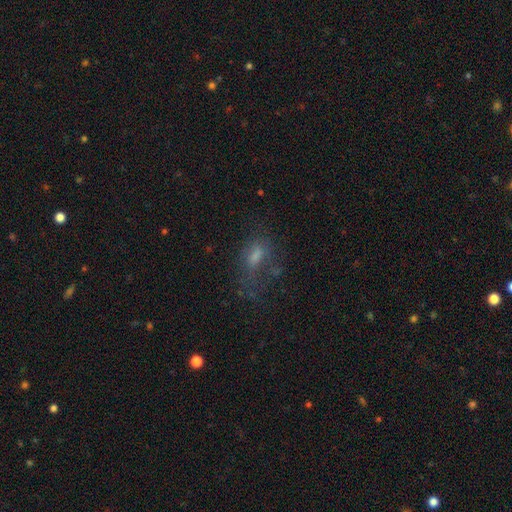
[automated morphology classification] The model was most divided on "merging": none: 46%, major disturbance: 28%, minor disturbance: 22%, merger: 4%. More confident: how rounded — in between (76%); smooth or featured — smooth (57%).